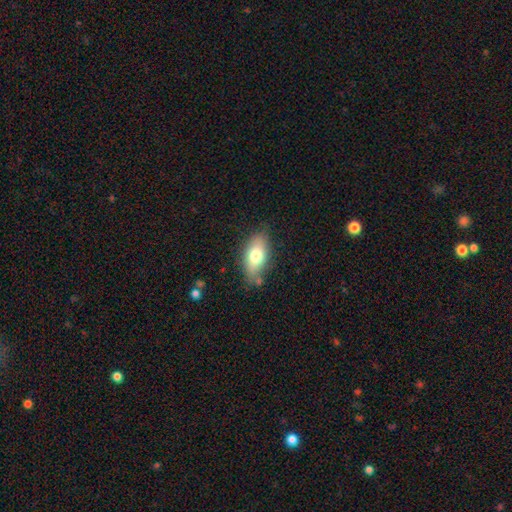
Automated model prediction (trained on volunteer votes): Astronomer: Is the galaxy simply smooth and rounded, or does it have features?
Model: smooth — 73%.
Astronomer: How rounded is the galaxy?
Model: in between — 88%.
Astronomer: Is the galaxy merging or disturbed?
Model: none — 75%.